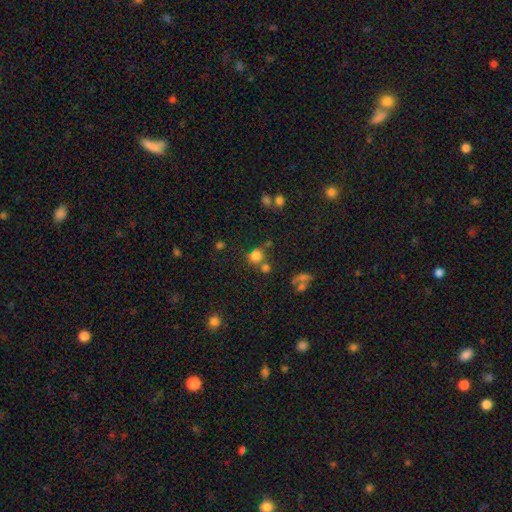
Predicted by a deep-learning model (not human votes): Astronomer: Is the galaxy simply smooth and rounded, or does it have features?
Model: smooth — 77%.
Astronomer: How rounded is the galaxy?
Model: round — 85%.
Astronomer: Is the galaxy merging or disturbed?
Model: none — 58%.